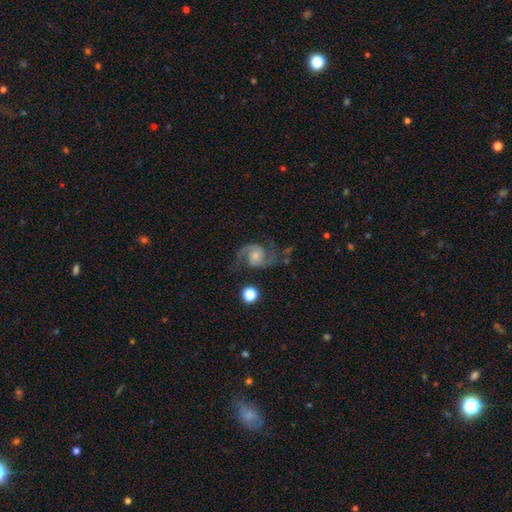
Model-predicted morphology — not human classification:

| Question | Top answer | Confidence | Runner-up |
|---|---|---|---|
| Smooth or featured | featured or disk | 88% | star or artifact (6%) |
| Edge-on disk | no | 98% | yes (2%) |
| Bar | no | 67% | weak (28%) |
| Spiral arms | yes | 98% | no (2%) |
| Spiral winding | medium | 52% | loose (38%) |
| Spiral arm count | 2 | 94% | can't tell (2%) |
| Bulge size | moderate | 43% | small (34%) |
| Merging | none | 73% | minor disturbance (15%) |